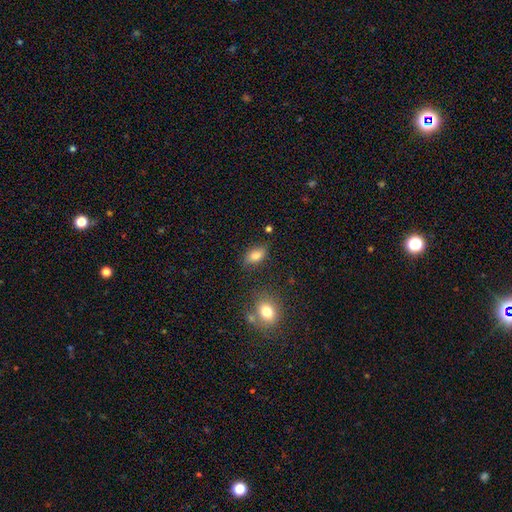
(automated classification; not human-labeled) smooth-or-featured: smooth: 83% | star or artifact: 9% | featured or disk: 8%
  how-rounded: in between: 88% | round: 8% | cigar-shaped: 3%
  merging: none: 79% | minor disturbance: 14% | merger: 4% | major disturbance: 3%